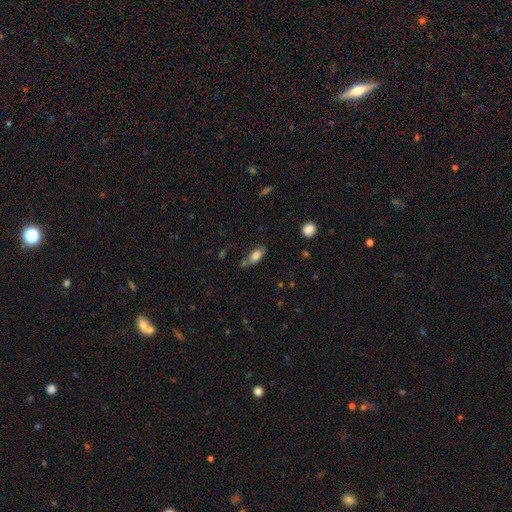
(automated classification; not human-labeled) Smooth or featured?
  - smooth: 78% *
  - featured or disk: 14%
  - star or artifact: 8%
How rounded?
  - in between: 86% *
  - cigar-shaped: 11%
  - round: 4%
Merging?
  - none: 59% *
  - minor disturbance: 24%
  - merger: 10%
  - major disturbance: 6%